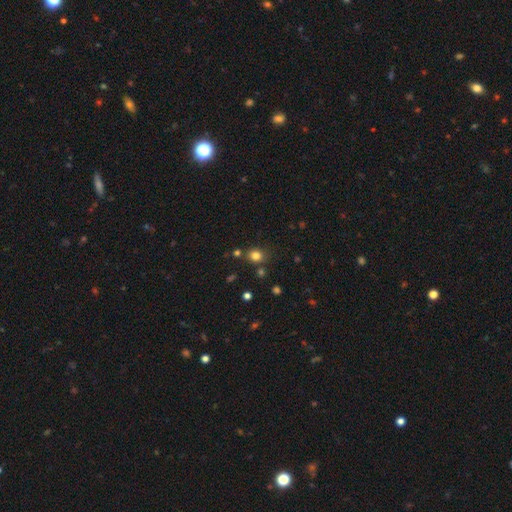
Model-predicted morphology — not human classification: A smooth galaxy with no disk features (80%) that is round (72%). Merging: none (78%).